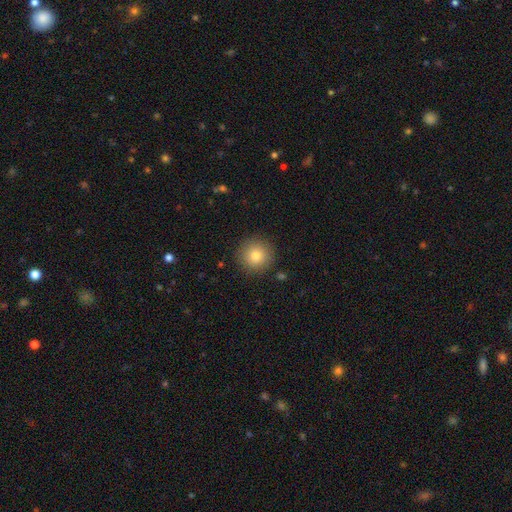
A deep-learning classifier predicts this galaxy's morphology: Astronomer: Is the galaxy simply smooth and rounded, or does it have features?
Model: smooth — 82%.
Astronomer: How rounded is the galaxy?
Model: round — 95%.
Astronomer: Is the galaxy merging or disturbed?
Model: none — 90%.